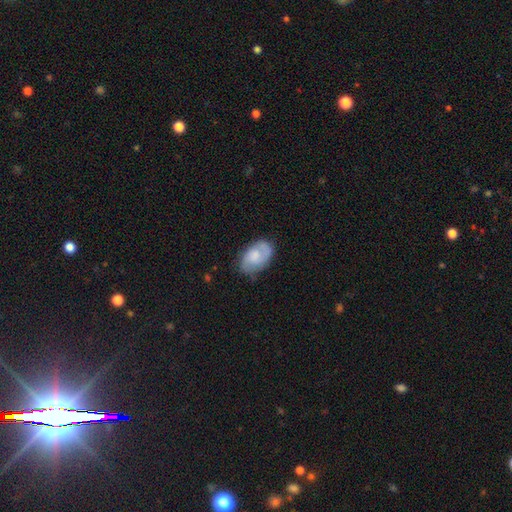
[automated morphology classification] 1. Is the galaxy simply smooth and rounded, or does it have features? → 50% featured or disk, 43% smooth, 7% star or artifact.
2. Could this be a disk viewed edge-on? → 96% no, 4% yes.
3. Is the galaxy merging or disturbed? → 68% none, 23% minor disturbance, 7% major disturbance, 2% merger.